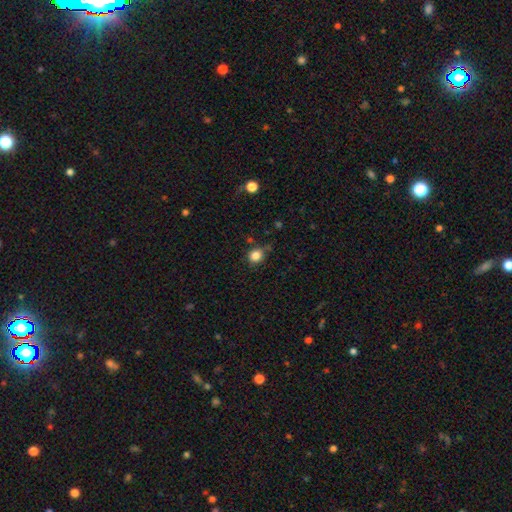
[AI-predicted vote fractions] Smooth or featured?
  - smooth: 83% *
  - star or artifact: 12%
  - featured or disk: 5%
How rounded?
  - round: 81% *
  - in between: 18%
  - cigar-shaped: 1%
Merging?
  - none: 73% *
  - minor disturbance: 19%
  - major disturbance: 4%
  - merger: 4%